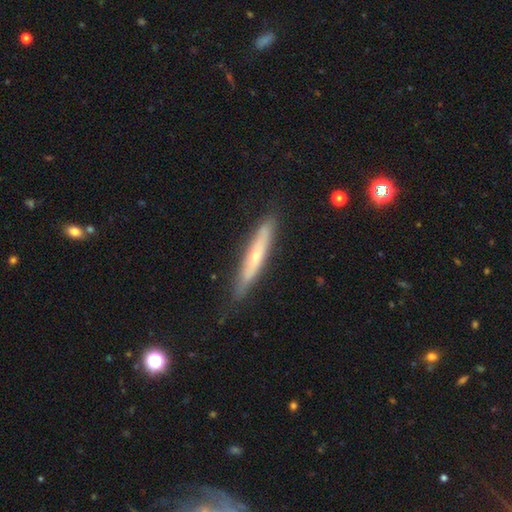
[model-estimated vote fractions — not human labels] Smooth or featured? featured or disk (56%)
Edge-on disk? yes (86%)
Merging? none (82%)